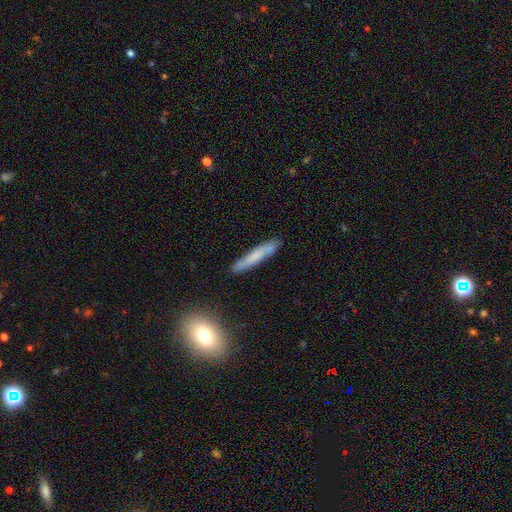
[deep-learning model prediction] Smooth or featured?
  - smooth: 63% *
  - featured or disk: 31%
  - star or artifact: 7%
How rounded?
  - cigar-shaped: 94% *
  - in between: 5%
  - round: 2%
Merging?
  - none: 83% *
  - minor disturbance: 12%
  - merger: 3%
  - major disturbance: 2%